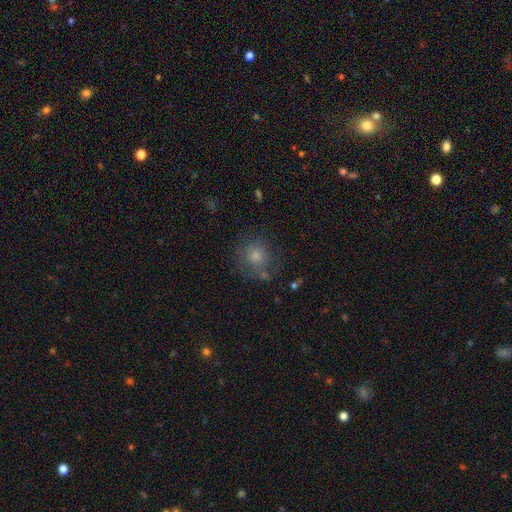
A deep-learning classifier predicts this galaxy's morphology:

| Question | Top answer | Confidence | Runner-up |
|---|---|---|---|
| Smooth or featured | smooth | 66% | star or artifact (20%) |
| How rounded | round | 90% | in between (9%) |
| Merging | none | 76% | minor disturbance (14%) |